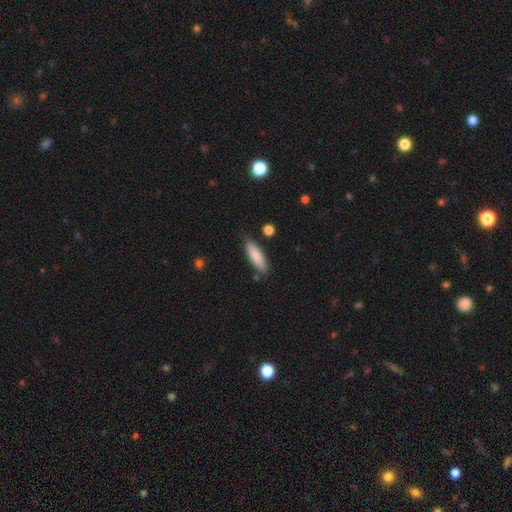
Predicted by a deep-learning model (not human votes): A smooth galaxy with no disk features (85%) that is cigar-shaped (51%).

Vote fractions:
- Smooth or featured? smooth: 85% / featured or disk: 9% / star or artifact: 6%
- How rounded? cigar-shaped: 51% / in between: 47% / round: 2%
- Merging? none: 81% / minor disturbance: 13% / merger: 3% / major disturbance: 3%